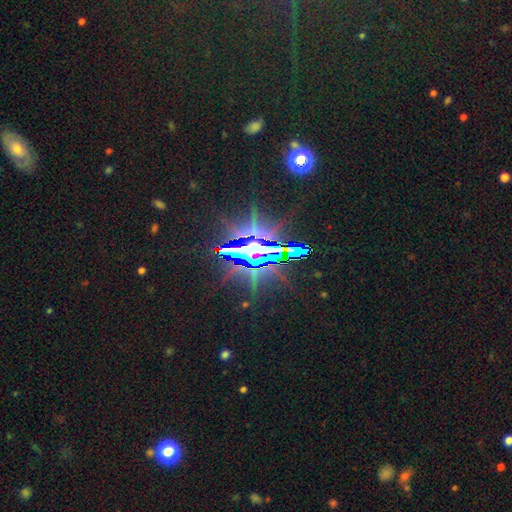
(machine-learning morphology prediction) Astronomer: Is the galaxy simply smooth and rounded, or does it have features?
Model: star or artifact — 80%.